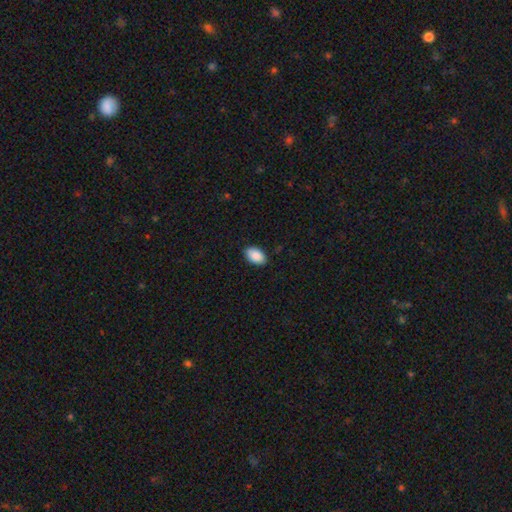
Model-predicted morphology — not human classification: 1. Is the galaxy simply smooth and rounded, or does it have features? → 90% smooth, 7% star or artifact, 3% featured or disk.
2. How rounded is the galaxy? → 93% in between, 6% round, 1% cigar-shaped.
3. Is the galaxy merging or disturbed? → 87% none, 10% minor disturbance, 2% major disturbance, 1% merger.